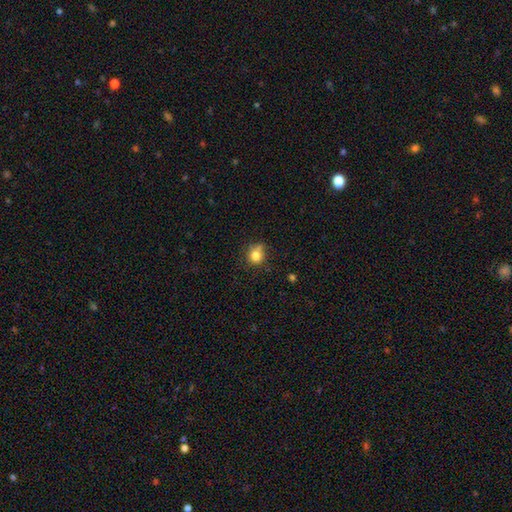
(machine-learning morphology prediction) Overall: smooth (80%). How rounded: round (80%). Merging: none (59%; minor disturbance 25%).